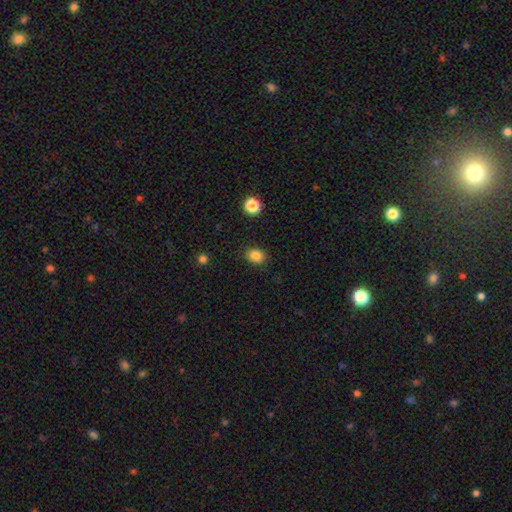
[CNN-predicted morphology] This appears to be a smooth galaxy with no disk features (85%) that is in between round and cigar-shaped (57%). Merging: none (87%).